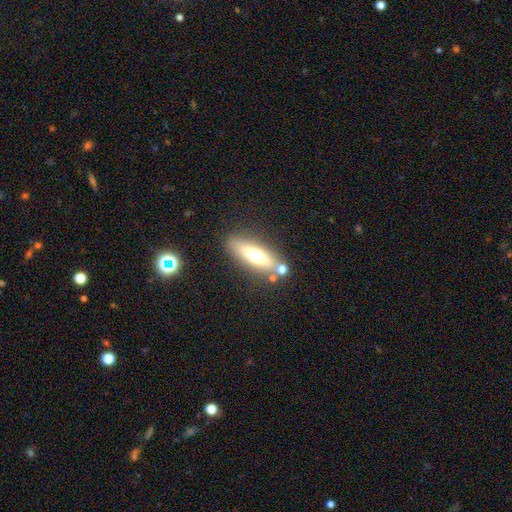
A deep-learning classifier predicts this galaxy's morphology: Smooth or featured? smooth (58%)
How rounded? in between (49%)
Merging? none (75%)